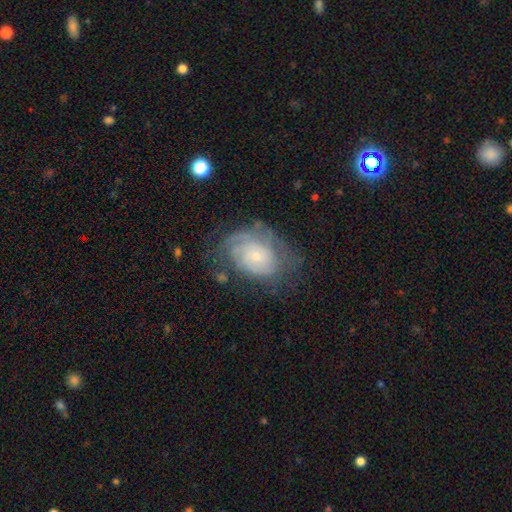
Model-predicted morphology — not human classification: The model was most divided on "merging": none: 54%, minor disturbance: 26%, major disturbance: 18%, merger: 2%. More confident: edge-on disk — no (97%); bar — no (81%); spiral arms — yes (81%); bulge size — small (75%); smooth or featured — featured or disk (67%); spiral winding — tight (62%); spiral arm count — can't tell (56%).